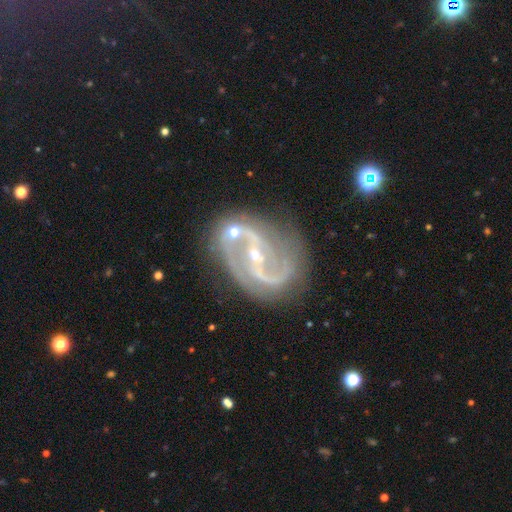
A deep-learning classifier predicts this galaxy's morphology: Smooth or featured? Predicted: featured or disk (p=0.90). Edge-on disk? Predicted: no (p=0.97). Bar? Predicted: strong (p=0.43). Spiral arms? Predicted: yes (p=0.96). Spiral winding? Predicted: medium (p=0.52). Spiral arm count? Predicted: 2 (p=0.85). Bulge size? Predicted: small (p=0.79). Merging? Predicted: none (p=0.55).